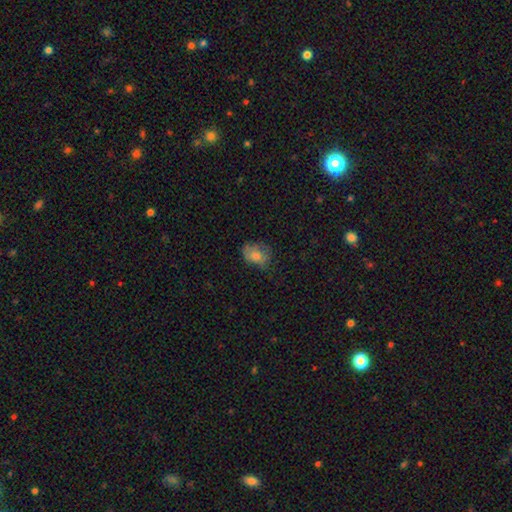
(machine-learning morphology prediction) Smooth or featured? smooth (73%)
How rounded? in between (64%)
Merging? none (58%)